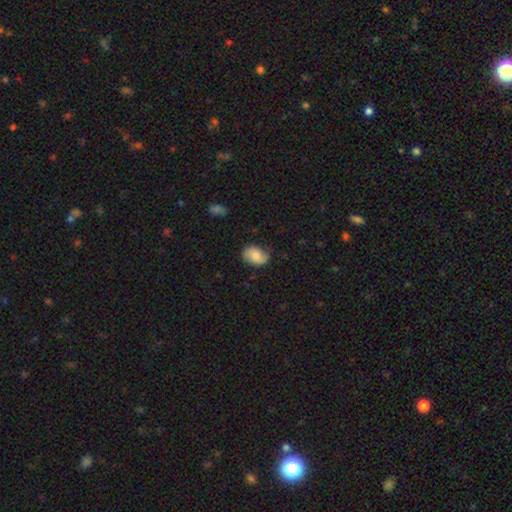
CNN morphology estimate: Smooth or featured: smooth — 62% (featured or disk — 30%)
How rounded: in between — 74% (round — 25%)
Merging: none — 71% (minor disturbance — 23%)